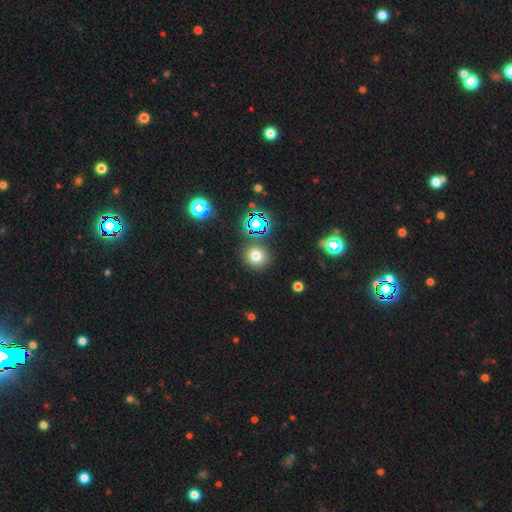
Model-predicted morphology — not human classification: Q: Smooth or featured?
A: smooth (66%); runner-up: star or artifact (25%)
Q: How rounded?
A: round (88%); runner-up: in between (11%)
Q: Merging?
A: none (84%); runner-up: minor disturbance (8%)